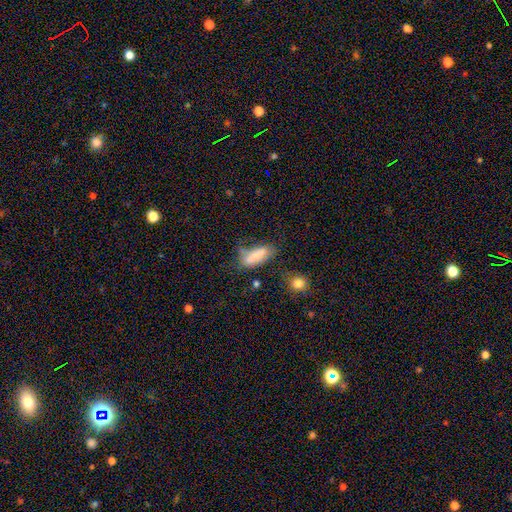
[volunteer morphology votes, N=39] This is likely a smooth galaxy (77%). How rounded: possibly in between (57%). Merging: marginally none (44%).